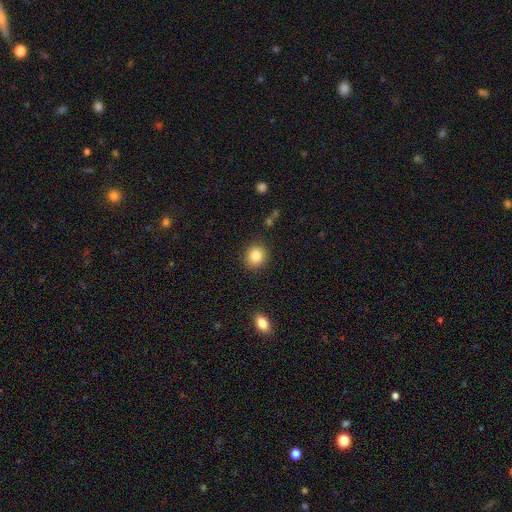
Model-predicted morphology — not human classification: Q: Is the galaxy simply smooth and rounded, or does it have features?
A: smooth — 84%.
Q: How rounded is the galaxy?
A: round — 84%.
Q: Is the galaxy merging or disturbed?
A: none — 88%.